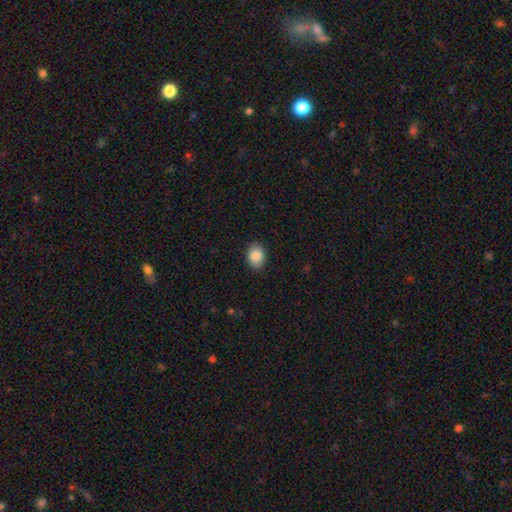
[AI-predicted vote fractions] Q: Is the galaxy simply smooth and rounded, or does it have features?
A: smooth — 88%.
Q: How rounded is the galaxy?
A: in between — 81%.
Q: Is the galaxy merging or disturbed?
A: none — 88%.